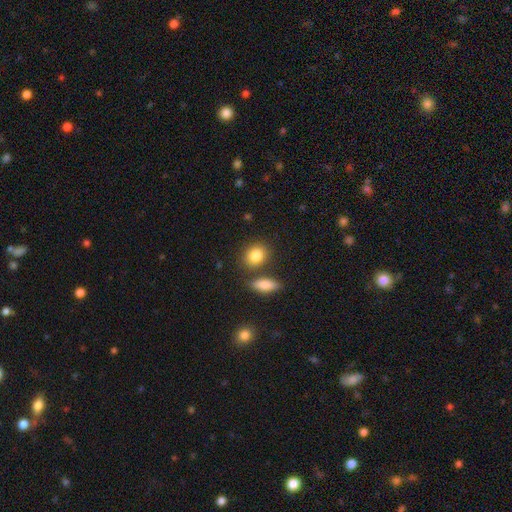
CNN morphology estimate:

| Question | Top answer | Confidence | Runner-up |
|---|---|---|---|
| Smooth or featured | smooth | 84% | star or artifact (8%) |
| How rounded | round | 50% | in between (48%) |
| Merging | none | 73% | merger (14%) |